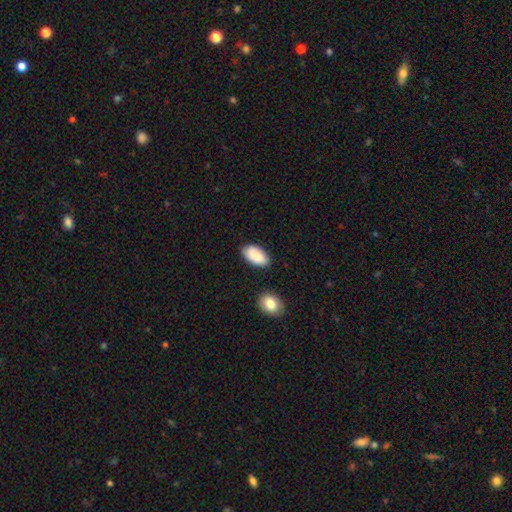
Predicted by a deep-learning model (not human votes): This is clearly a smooth galaxy (87%). How rounded: clearly in between (95%). Merging: likely none (79%).